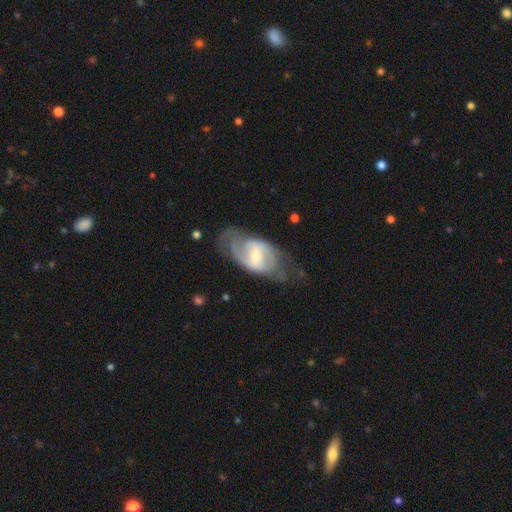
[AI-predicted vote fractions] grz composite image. It shows a featured or disk galaxy (81%) with a weak bar (50%), 2 (72%) medium (49%) spiral arms (90%) and a small central bulge (54%). Merging: none (61%).